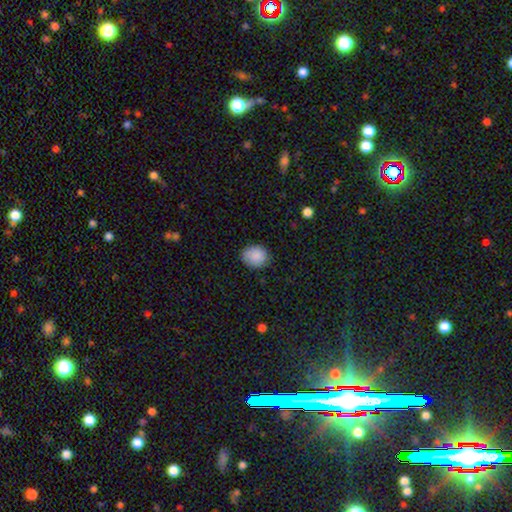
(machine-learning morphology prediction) Smooth or featured? smooth (88%)
How rounded? round (69%)
Merging? none (81%)